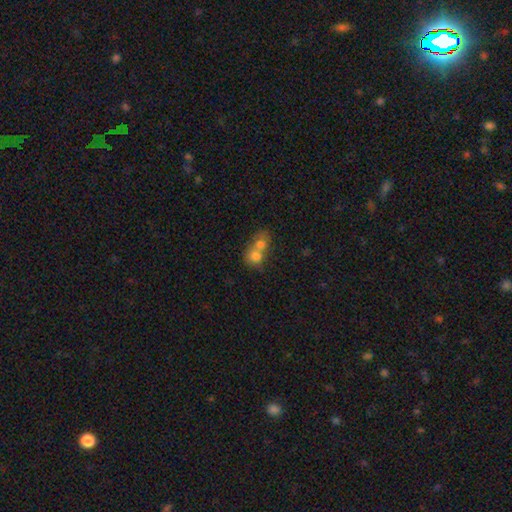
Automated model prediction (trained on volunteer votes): This appears to be a smooth galaxy with no disk features (73%) that is round (68%). Merging: merger (75%).